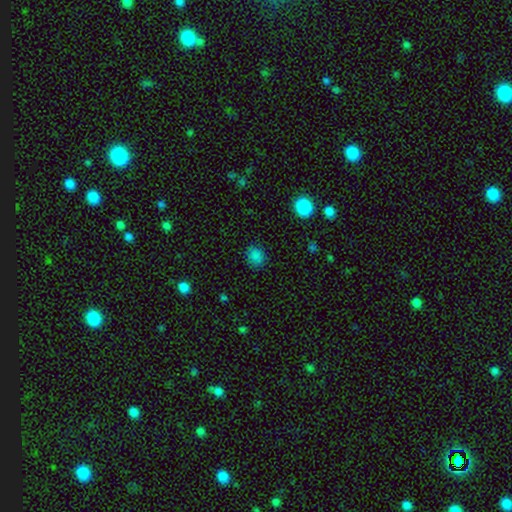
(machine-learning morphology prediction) Overall: smooth (84%). How rounded: round (72%). Merging: none (87%).